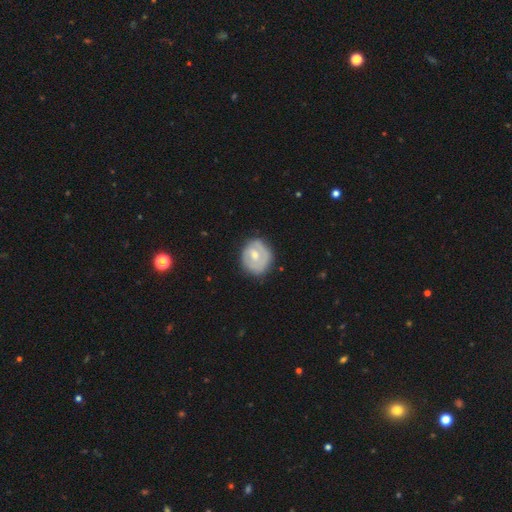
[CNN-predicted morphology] Q: Smooth or featured?
A: featured or disk (54%); runner-up: smooth (41%)
Q: Edge-on disk?
A: no (97%); runner-up: yes (3%)
Q: Bar?
A: no (60%); runner-up: weak (33%)
Q: Spiral arms?
A: yes (55%); runner-up: no (45%)
Q: Bulge size?
A: moderate (64%); runner-up: small (29%)
Q: Merging?
A: none (69%); runner-up: minor disturbance (22%)